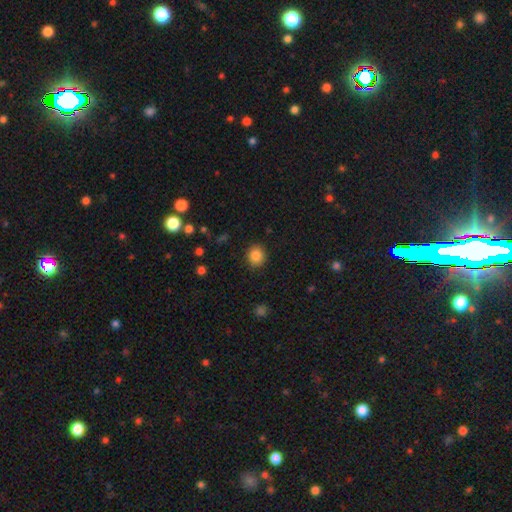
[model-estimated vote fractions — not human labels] Smooth or featured? Predicted: smooth (p=0.85). How rounded? Predicted: round (p=0.78). Merging? Predicted: none (p=0.89).